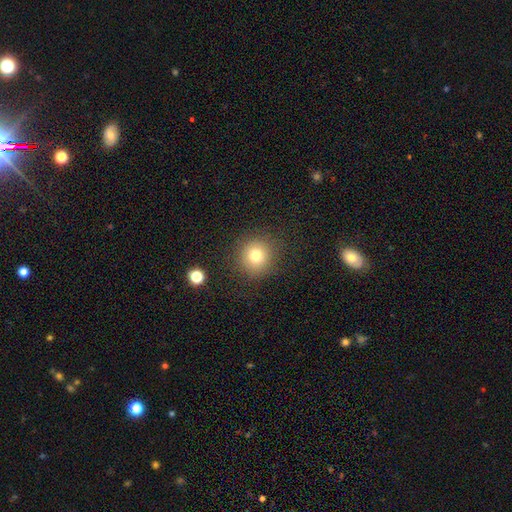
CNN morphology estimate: type=smooth (75%); roundness=round (92%); merging=none (86%).